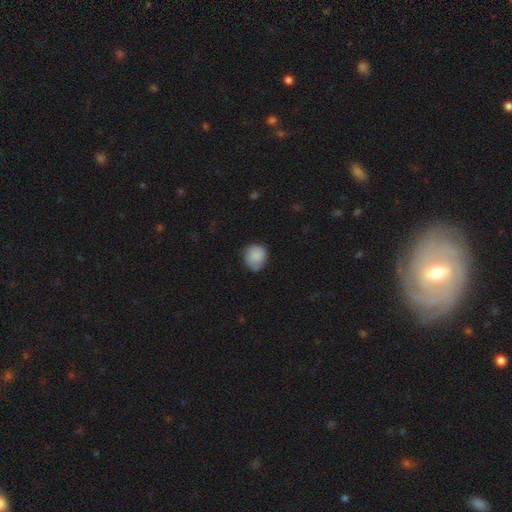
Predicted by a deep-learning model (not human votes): Overall: smooth (86%). How rounded: round (81%). Merging: none (66%; minor disturbance 27%).